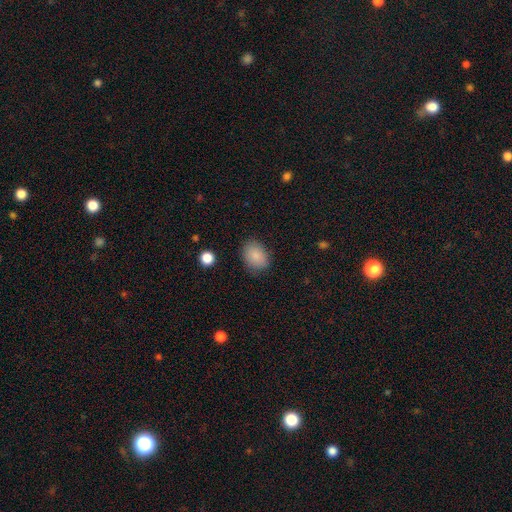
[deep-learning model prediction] Morphology: type=smooth (87%); roundness=in between (67%); merging=none (82%).